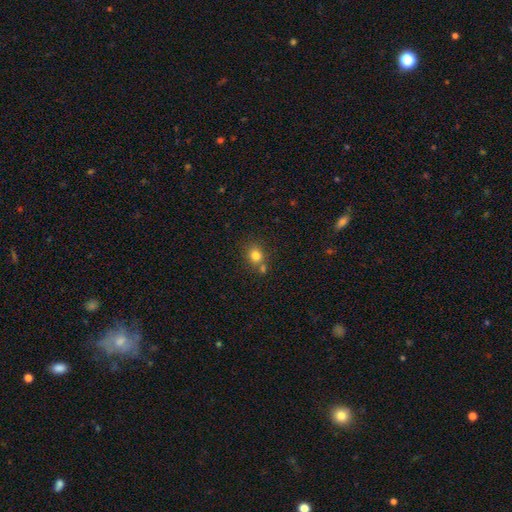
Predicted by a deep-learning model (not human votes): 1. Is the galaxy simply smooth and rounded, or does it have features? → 80% smooth, 12% star or artifact, 8% featured or disk.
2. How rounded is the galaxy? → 73% round, 26% in between, 1% cigar-shaped.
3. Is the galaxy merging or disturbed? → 62% none, 24% merger, 11% minor disturbance, 3% major disturbance.